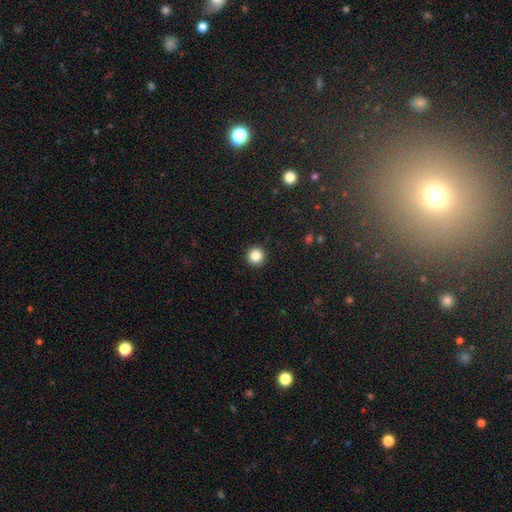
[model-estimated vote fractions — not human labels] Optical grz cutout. It shows a smooth galaxy with no disk features (85%) that is round (96%). Merging: none (93%).